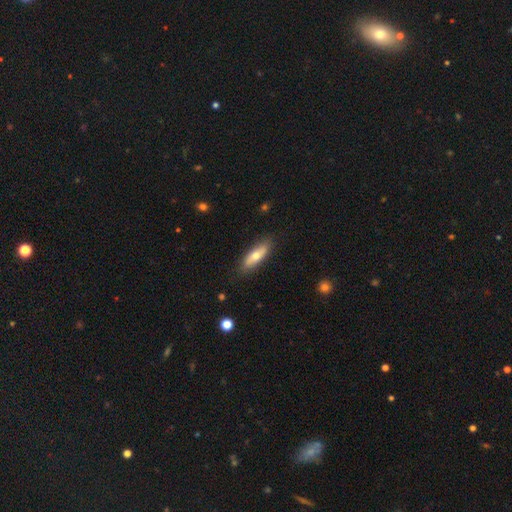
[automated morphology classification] A smooth galaxy with no disk features (63%) that is in between round and cigar-shaped (54%). Merging: none (84%).